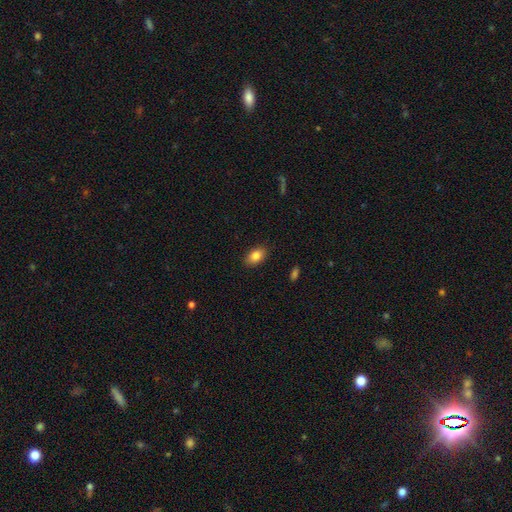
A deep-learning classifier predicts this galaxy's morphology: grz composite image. It shows a smooth galaxy with no disk features (85%) that is in between round and cigar-shaped (88%). Merging: none (87%).